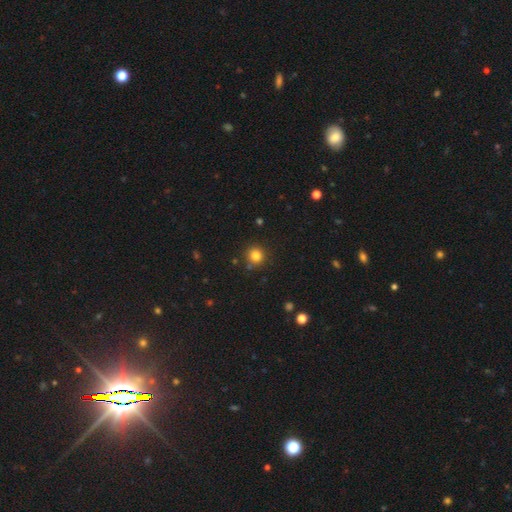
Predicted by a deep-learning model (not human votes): smooth 82%, star or artifact 13%, featured or disk 5%. Down the decision tree: how rounded — round (93%); merging — none (86%).